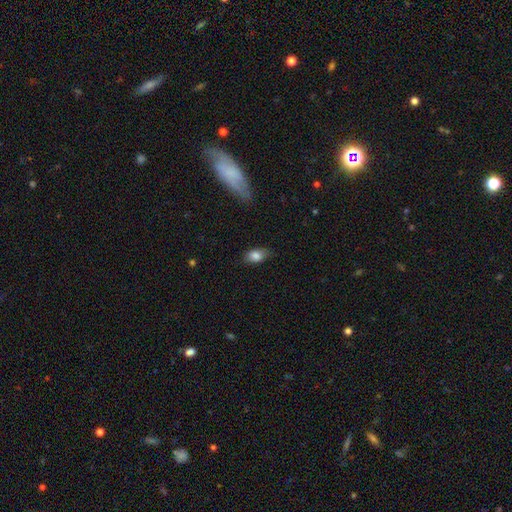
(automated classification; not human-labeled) Morphology: type=smooth (83%); roundness=in between (87%); merging=none (71%).